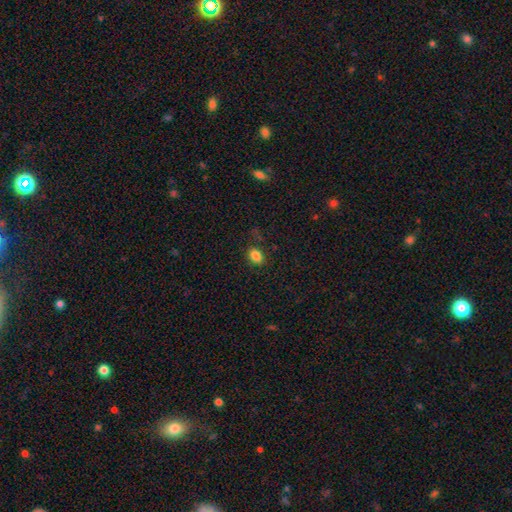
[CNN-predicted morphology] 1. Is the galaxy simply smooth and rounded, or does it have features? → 84% smooth, 11% star or artifact, 5% featured or disk.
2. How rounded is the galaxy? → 74% in between, 25% round, 1% cigar-shaped.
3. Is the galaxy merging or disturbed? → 82% none, 12% minor disturbance, 4% major disturbance, 2% merger.